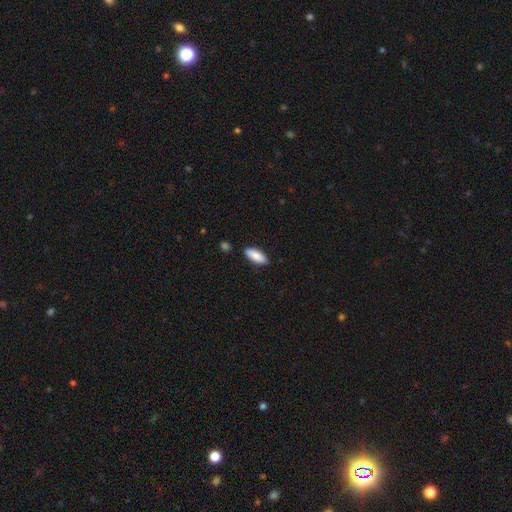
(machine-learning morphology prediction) Smooth or featured: smooth — 87% (featured or disk — 7%)
How rounded: in between — 75% (cigar-shaped — 23%)
Merging: none — 86% (minor disturbance — 10%)